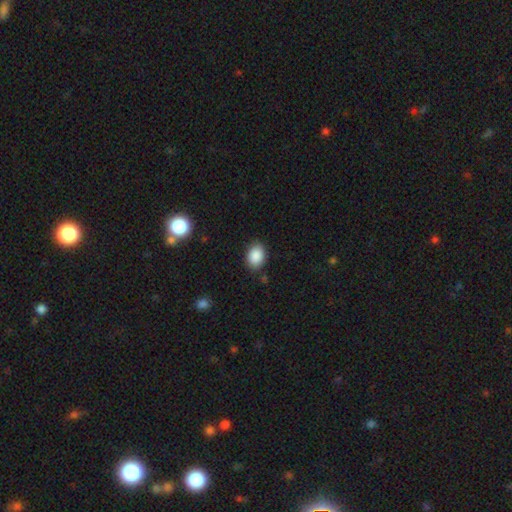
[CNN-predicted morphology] smooth 88%, star or artifact 8%, featured or disk 4%. Down the decision tree: how rounded — in between (72%); merging — none (85%).